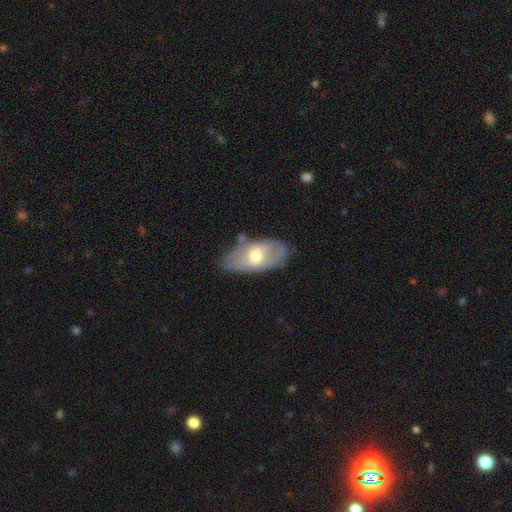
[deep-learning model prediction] A featured or disk galaxy (50%).

Vote fractions:
- Smooth or featured? featured or disk: 50% / smooth: 44% / star or artifact: 6%
- Edge-on disk? no: 85% / yes: 15%
- Merging? none: 69% / minor disturbance: 21% / major disturbance: 5% / merger: 4%